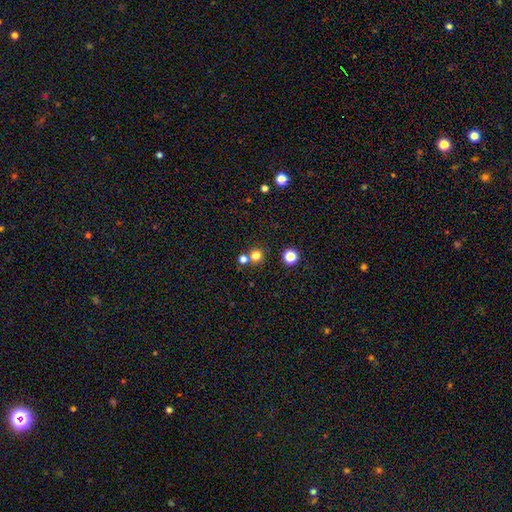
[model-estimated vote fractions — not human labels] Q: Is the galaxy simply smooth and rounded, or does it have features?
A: smooth — 78%.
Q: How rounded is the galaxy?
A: round — 92%.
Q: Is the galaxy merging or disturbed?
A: none — 69%.